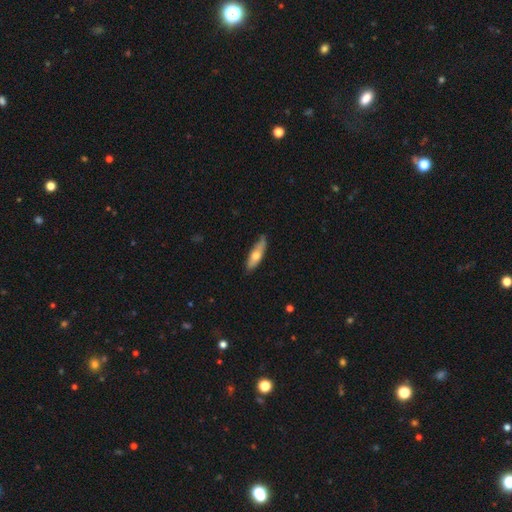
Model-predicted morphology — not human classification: smooth 57%, featured or disk 37%, star or artifact 5%. Down the decision tree: how rounded — cigar-shaped (59%); merging — none (76%).